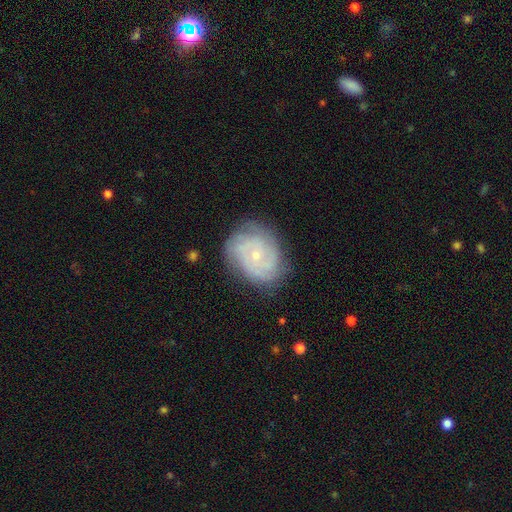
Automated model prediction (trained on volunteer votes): Q: Smooth or featured?
A: featured or disk (74%); runner-up: smooth (18%)
Q: Edge-on disk?
A: no (97%); runner-up: yes (3%)
Q: Bar?
A: no (77%); runner-up: weak (20%)
Q: Spiral arms?
A: yes (92%); runner-up: no (8%)
Q: Spiral winding?
A: tight (68%); runner-up: medium (25%)
Q: Spiral arm count?
A: can't tell (37%); runner-up: 3 (21%)
Q: Bulge size?
A: small (77%); runner-up: moderate (19%)
Q: Merging?
A: none (76%); runner-up: minor disturbance (17%)